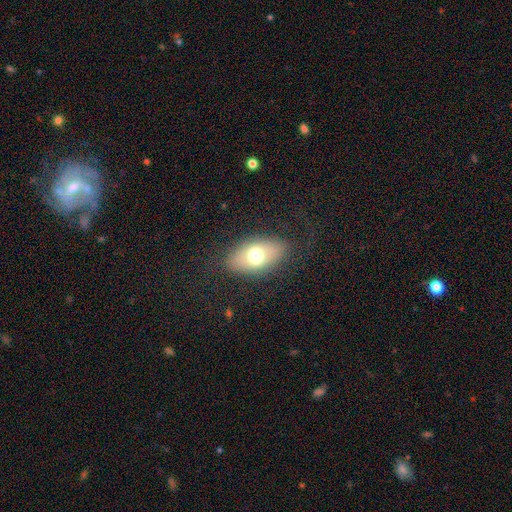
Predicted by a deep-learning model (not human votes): Q: Smooth or featured?
A: smooth (66%); runner-up: featured or disk (25%)
Q: How rounded?
A: in between (88%); runner-up: round (9%)
Q: Merging?
A: none (80%); runner-up: minor disturbance (13%)